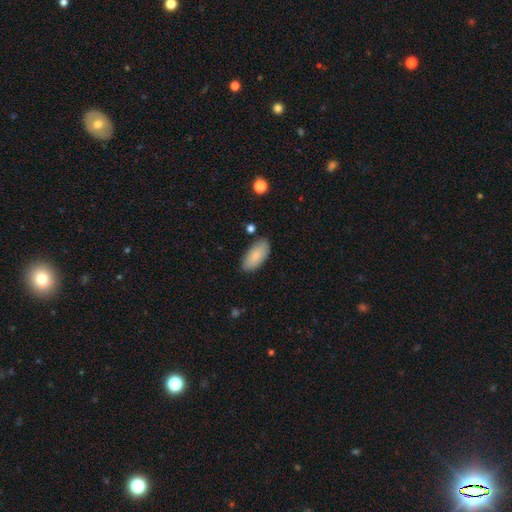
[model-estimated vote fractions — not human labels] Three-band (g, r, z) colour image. It shows a smooth galaxy with no disk features (85%) that is in between round and cigar-shaped (92%). Merging: none (83%).